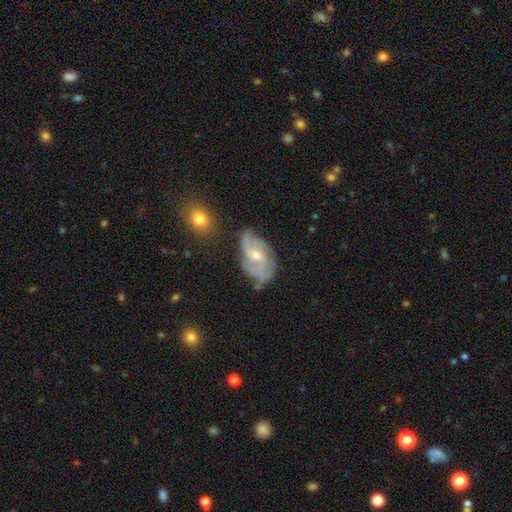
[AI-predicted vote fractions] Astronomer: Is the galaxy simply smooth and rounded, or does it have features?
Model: featured or disk — 78%.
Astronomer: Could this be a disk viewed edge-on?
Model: no — 96%.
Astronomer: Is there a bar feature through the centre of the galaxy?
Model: no — 57% (runner-up: weak, 37%).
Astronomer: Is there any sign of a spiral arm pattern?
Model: yes — 91%.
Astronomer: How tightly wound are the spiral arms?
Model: medium — 46% (runner-up: tight, 29%).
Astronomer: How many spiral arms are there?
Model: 2 — 31%, tied with 3 at 31%.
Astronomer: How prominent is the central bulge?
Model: small — 48% (runner-up: moderate, 47%).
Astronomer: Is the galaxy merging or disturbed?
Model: none — 55%.